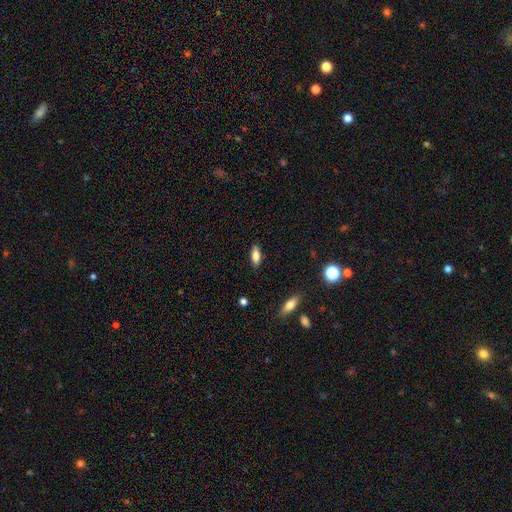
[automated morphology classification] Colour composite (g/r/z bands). It shows a smooth galaxy with no disk features (73%) that is in between round and cigar-shaped (73%). Merging: none (86%).